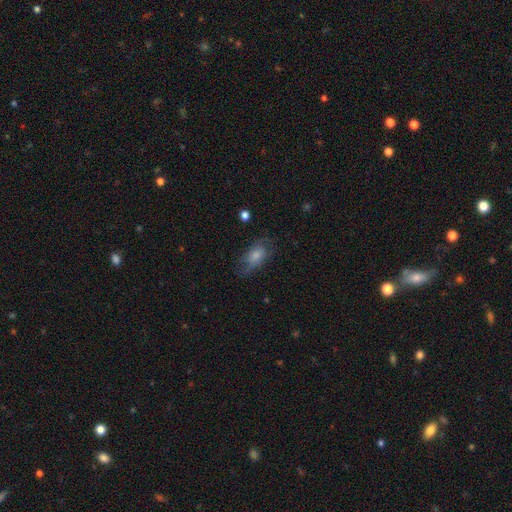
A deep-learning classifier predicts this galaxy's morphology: Smooth or featured?
  - smooth: 63% *
  - featured or disk: 29%
  - star or artifact: 8%
How rounded?
  - in between: 86% *
  - round: 8%
  - cigar-shaped: 6%
Merging?
  - none: 57% *
  - minor disturbance: 25%
  - major disturbance: 16%
  - merger: 2%